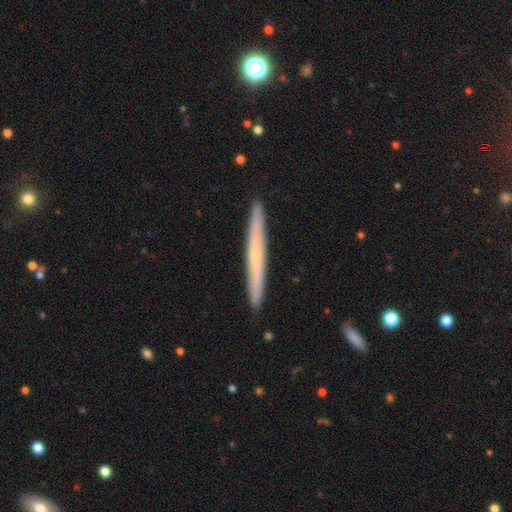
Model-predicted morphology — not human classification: smooth_or_featured: featured or disk (p=0.49) [alt: smooth p=0.45]
merging: none (p=0.92) [alt: minor disturbance p=0.06]